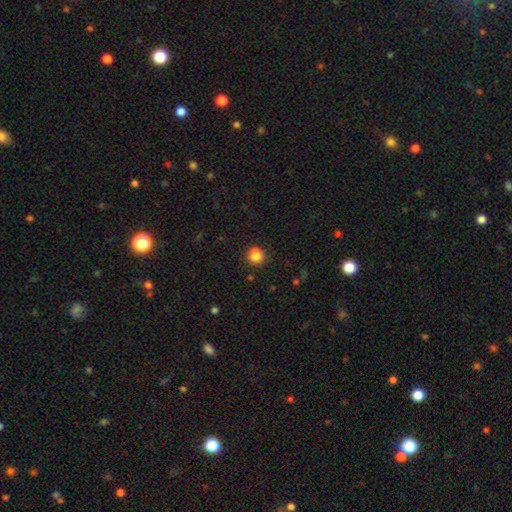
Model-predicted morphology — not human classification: smooth-or-featured: smooth: 80% | star or artifact: 12% | featured or disk: 8%
  how-rounded: round: 83% | in between: 16% | cigar-shaped: 1%
  merging: none: 61% | merger: 19% | minor disturbance: 15% | major disturbance: 4%